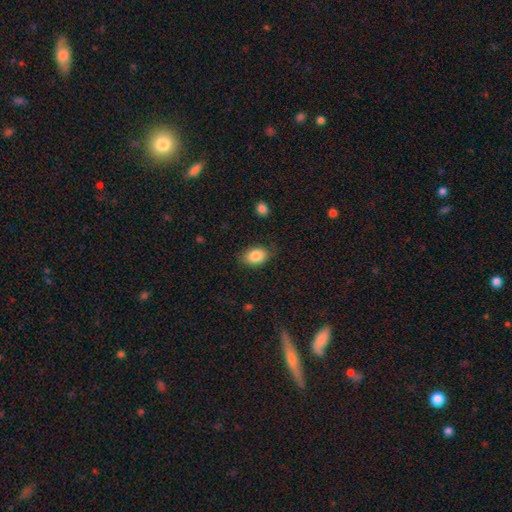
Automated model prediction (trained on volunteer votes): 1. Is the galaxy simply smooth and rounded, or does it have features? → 85% smooth, 8% star or artifact, 7% featured or disk.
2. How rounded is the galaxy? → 83% in between, 15% round, 1% cigar-shaped.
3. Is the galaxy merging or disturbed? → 78% none, 17% minor disturbance, 4% major disturbance, 1% merger.